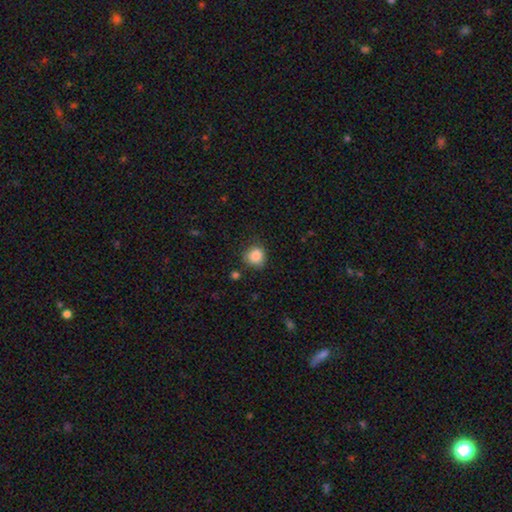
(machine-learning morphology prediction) Smooth or featured? smooth (86%)
How rounded? round (84%)
Merging? none (75%)